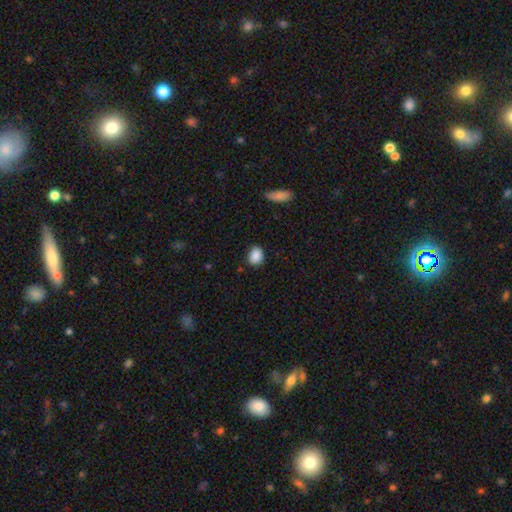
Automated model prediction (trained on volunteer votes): A smooth galaxy with no disk features (88%) that is in between round and cigar-shaped (57%).

Vote fractions:
- Smooth or featured? smooth: 88% / star or artifact: 8% / featured or disk: 4%
- How rounded? in between: 57% / round: 42% / cigar-shaped: 1%
- Merging? none: 83% / minor disturbance: 13% / major disturbance: 3% / merger: 2%